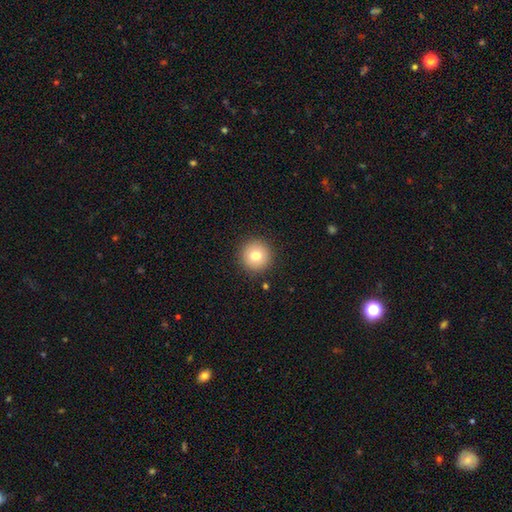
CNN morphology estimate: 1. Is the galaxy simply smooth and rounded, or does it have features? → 76% smooth, 13% featured or disk, 11% star or artifact.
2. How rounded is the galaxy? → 96% round, 3% in between, 1% cigar-shaped.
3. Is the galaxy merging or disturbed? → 91% none, 5% minor disturbance, 2% major disturbance, 1% merger.